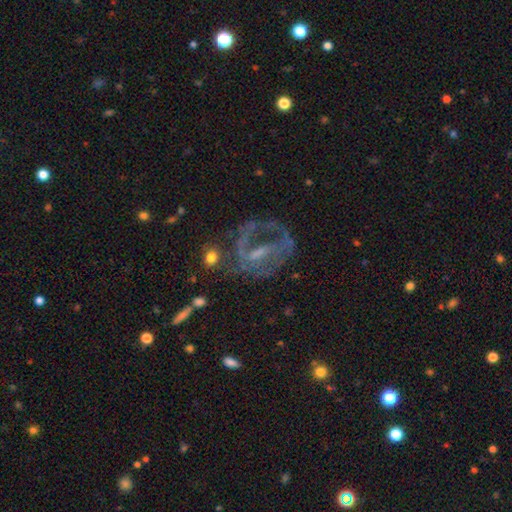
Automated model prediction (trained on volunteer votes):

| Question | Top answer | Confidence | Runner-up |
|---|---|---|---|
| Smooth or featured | featured or disk | 72% | star or artifact (15%) |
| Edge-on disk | no | 95% | yes (5%) |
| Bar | weak | 39% | strong (32%) |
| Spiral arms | yes | 60% | no (40%) |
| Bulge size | small | 40% | none (33%) |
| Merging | none | 47% | major disturbance (31%) |